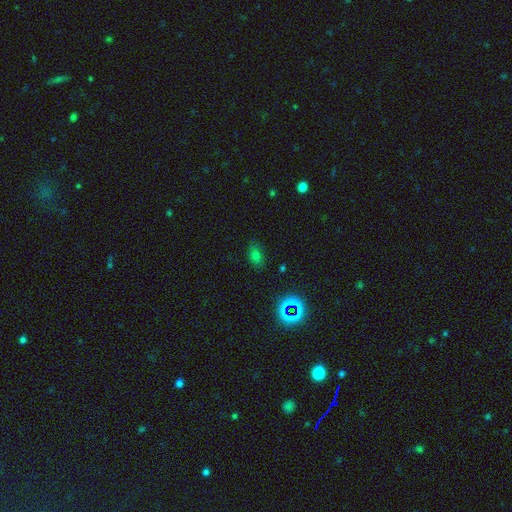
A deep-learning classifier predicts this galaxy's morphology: Smooth or featured? smooth (65%)
How rounded? in between (81%)
Merging? none (81%)